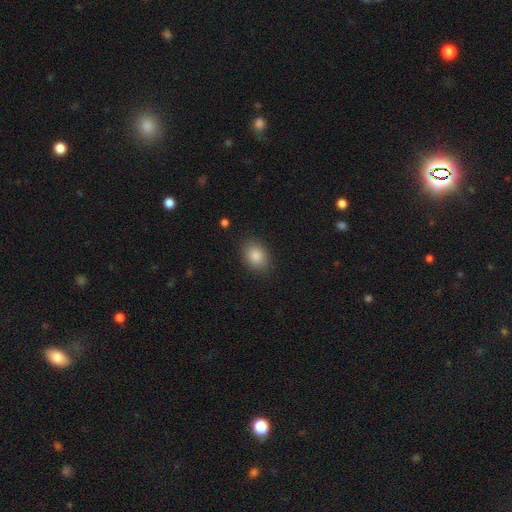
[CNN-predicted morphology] The model was most divided on "how rounded": in between: 69%, round: 30%, cigar-shaped: 1%. More confident: smooth or featured — smooth (86%); merging — none (86%).